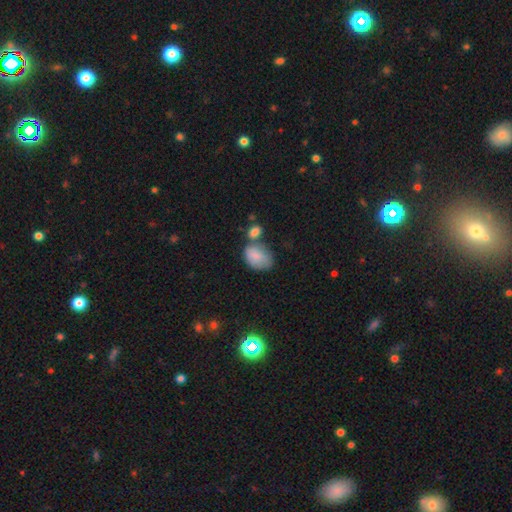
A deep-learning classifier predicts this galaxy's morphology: Smooth or featured: smooth — 80% (featured or disk — 12%)
How rounded: in between — 82% (round — 17%)
Merging: none — 38% (merger — 27%)